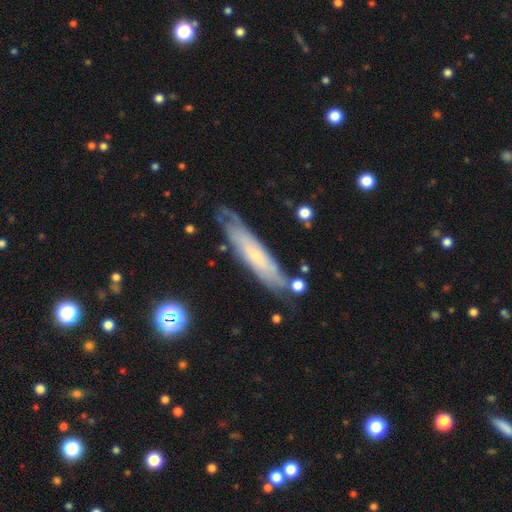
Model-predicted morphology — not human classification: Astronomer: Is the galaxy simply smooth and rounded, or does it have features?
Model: featured or disk — 53% (runner-up: smooth, 40%).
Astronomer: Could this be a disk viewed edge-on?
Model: yes — 54% (runner-up: no, 46%).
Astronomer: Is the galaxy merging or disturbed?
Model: none — 76%.